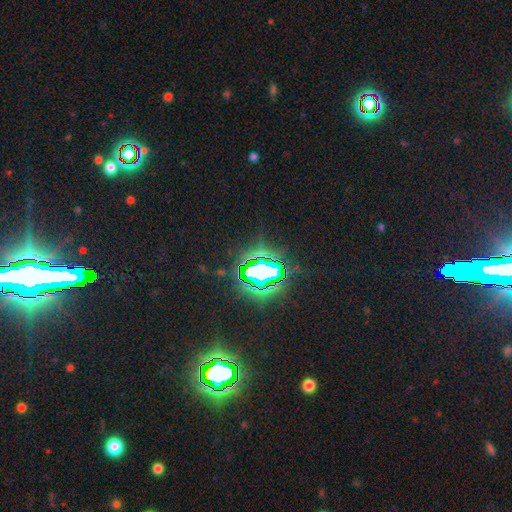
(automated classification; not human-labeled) Smooth or featured? star or artifact (85%)